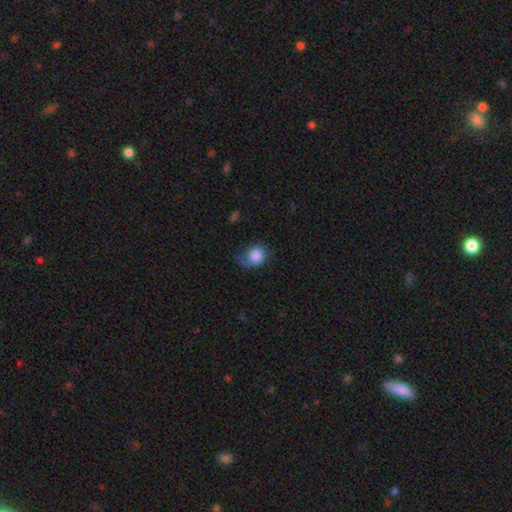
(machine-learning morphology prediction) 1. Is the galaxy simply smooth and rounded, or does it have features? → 82% smooth, 10% featured or disk, 8% star or artifact.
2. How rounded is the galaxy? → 59% round, 40% in between, 1% cigar-shaped.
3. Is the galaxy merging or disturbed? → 43% none, 37% minor disturbance, 18% major disturbance, 2% merger.